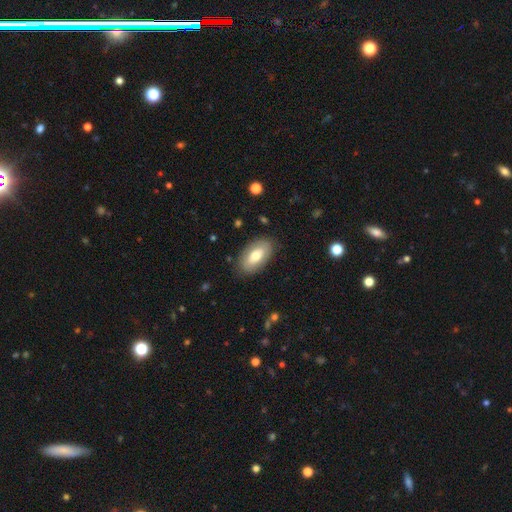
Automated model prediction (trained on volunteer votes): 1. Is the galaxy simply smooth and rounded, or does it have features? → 67% smooth, 27% featured or disk, 6% star or artifact.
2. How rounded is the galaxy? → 93% in between, 4% round, 4% cigar-shaped.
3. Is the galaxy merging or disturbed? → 84% none, 12% minor disturbance, 3% major disturbance, 1% merger.